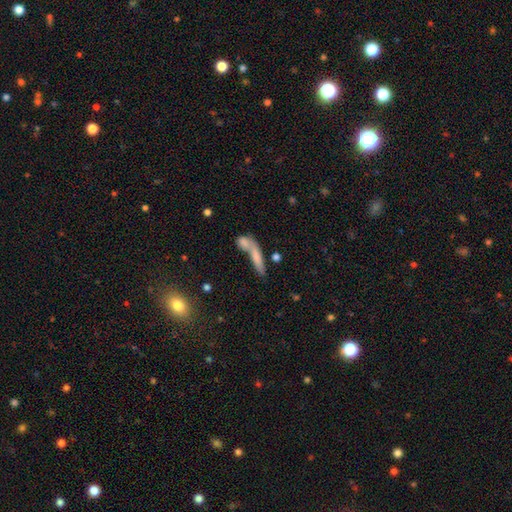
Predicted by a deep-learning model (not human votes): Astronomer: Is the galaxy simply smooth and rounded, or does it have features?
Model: smooth — 70%.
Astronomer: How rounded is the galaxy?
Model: cigar-shaped — 70%.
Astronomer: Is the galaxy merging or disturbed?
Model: merger — 50% (runner-up: none, 33%).